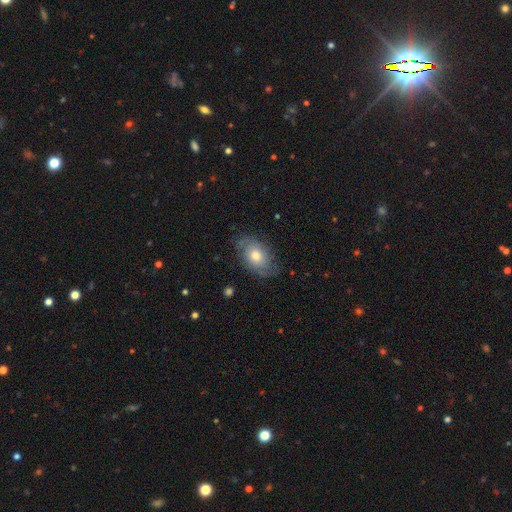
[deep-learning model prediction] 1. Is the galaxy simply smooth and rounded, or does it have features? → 49% smooth, 44% featured or disk, 8% star or artifact.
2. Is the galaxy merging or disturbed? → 71% none, 20% minor disturbance, 7% major disturbance, 1% merger.